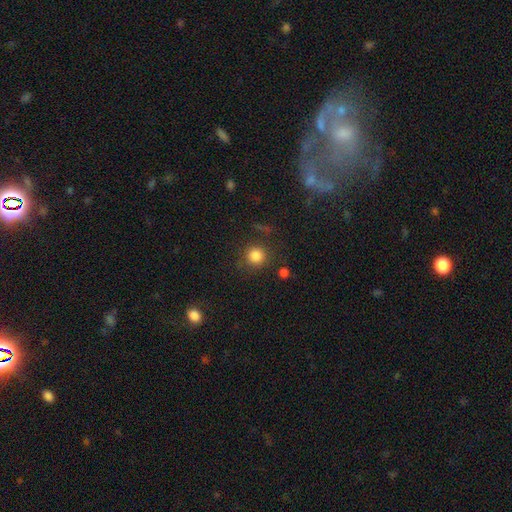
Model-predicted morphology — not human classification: A smooth galaxy with no disk features (84%) that is round (92%).

Vote fractions:
- Smooth or featured? smooth: 84% / star or artifact: 11% / featured or disk: 5%
- How rounded? round: 92% / in between: 7% / cigar-shaped: 1%
- Merging? none: 82% / minor disturbance: 10% / major disturbance: 5% / merger: 4%